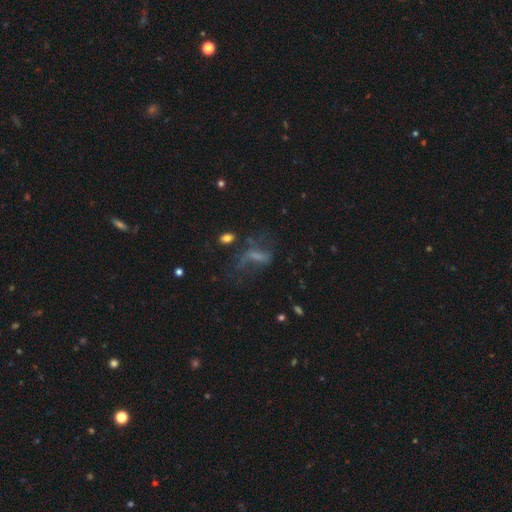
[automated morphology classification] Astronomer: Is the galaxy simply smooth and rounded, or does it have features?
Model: featured or disk — 40% (runner-up: smooth, 36%).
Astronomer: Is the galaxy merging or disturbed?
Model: major disturbance — 44% (runner-up: none, 32%).